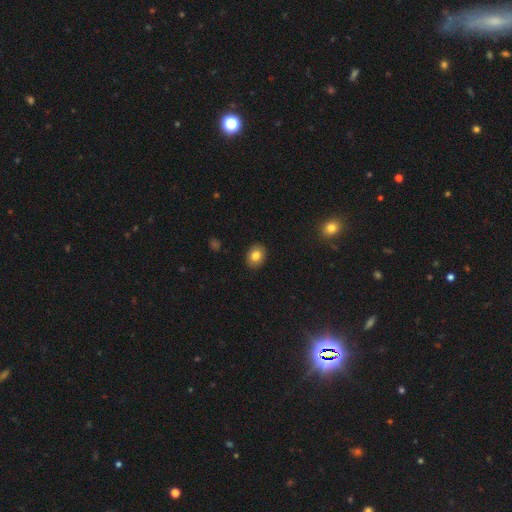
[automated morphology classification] This is clearly a smooth galaxy (81%). How rounded: possibly in between (53%). Merging: clearly none (90%).